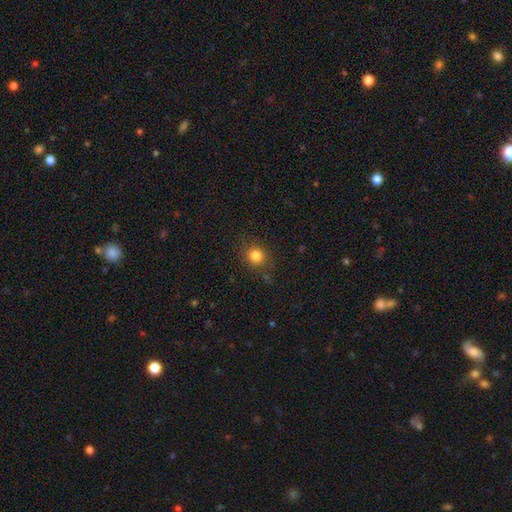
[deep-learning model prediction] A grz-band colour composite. It shows a smooth galaxy with no disk features (82%) that is round (84%). Merging: none (83%).